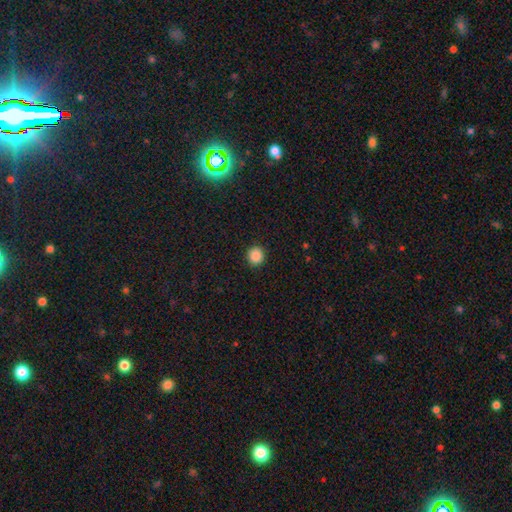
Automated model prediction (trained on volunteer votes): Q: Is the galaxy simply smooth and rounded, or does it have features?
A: smooth — 88%.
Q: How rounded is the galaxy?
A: round — 92%.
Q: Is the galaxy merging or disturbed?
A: none — 92%.